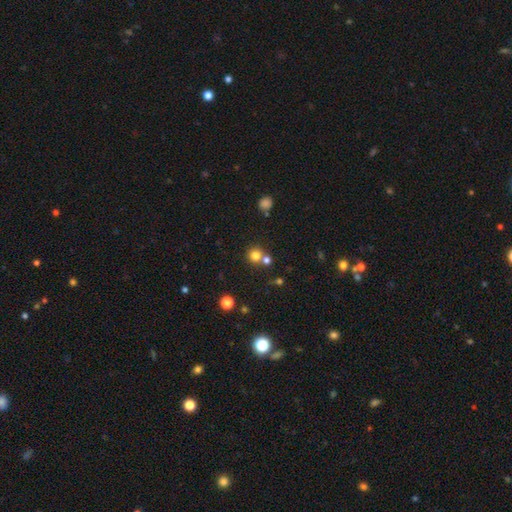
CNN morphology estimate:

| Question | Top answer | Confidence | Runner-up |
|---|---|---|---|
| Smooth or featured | smooth | 77% | star or artifact (15%) |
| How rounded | round | 91% | in between (8%) |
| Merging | none | 60% | merger (30%) |